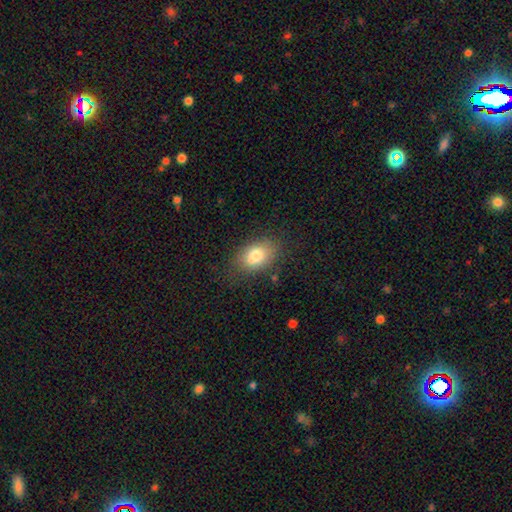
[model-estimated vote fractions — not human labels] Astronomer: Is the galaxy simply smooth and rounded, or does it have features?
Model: smooth — 78%.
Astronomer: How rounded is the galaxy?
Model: in between — 86%.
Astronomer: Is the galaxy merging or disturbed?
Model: none — 70%.